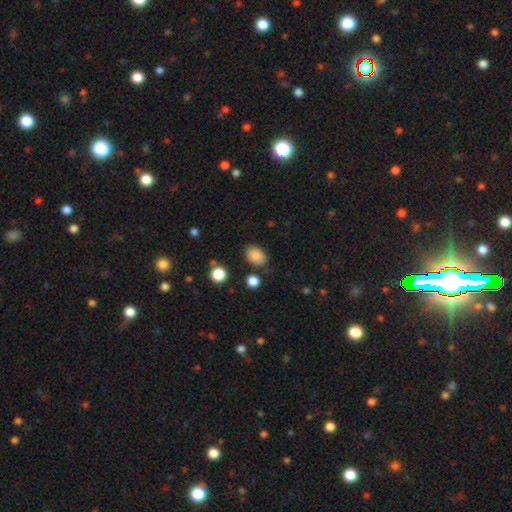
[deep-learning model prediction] smooth-or-featured: smooth: 86% | star or artifact: 9% | featured or disk: 4%
  how-rounded: in between: 68% | round: 31% | cigar-shaped: 1%
  merging: none: 79% | minor disturbance: 13% | major disturbance: 4% | merger: 4%